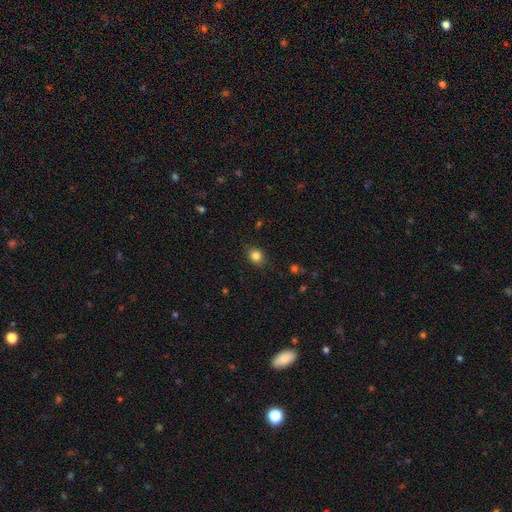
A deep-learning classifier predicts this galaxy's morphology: Smooth or featured? Predicted: smooth (p=0.84). How rounded? Predicted: round (p=0.60). Merging? Predicted: none (p=0.87).